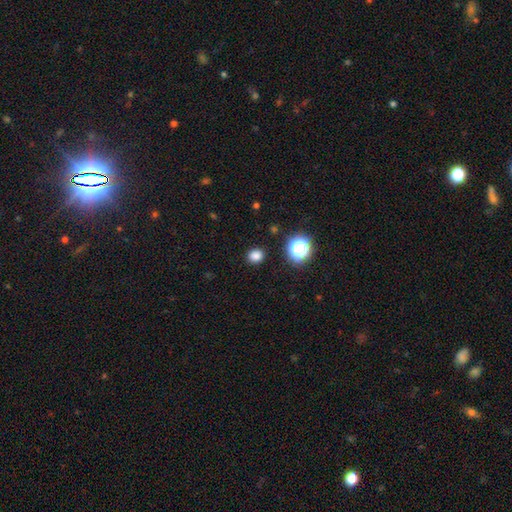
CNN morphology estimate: smooth_or_featured: smooth (p=0.80) [alt: star or artifact p=0.16]
how_rounded: round (p=0.73) [alt: in between p=0.26]
merging: none (p=0.90) [alt: minor disturbance p=0.07]